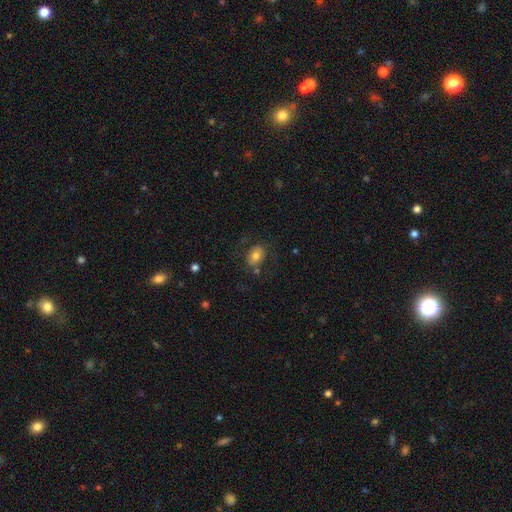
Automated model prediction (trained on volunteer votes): smooth_or_featured: smooth (p=0.72) [alt: featured or disk p=0.18]
how_rounded: in between (p=0.61) [alt: round p=0.37]
merging: none (p=0.70) [alt: minor disturbance p=0.16]